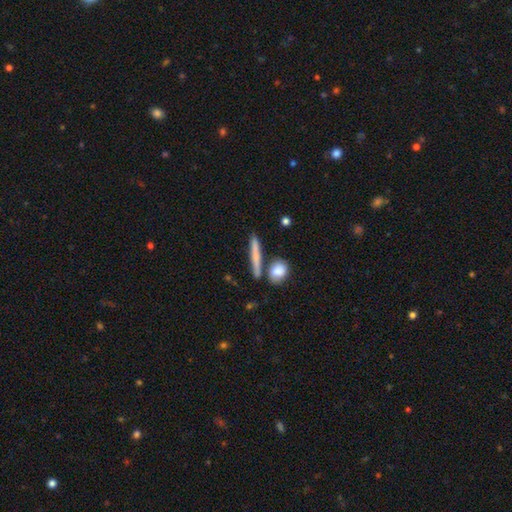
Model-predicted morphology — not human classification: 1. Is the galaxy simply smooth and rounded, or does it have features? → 69% smooth, 24% featured or disk, 7% star or artifact.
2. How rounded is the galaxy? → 86% cigar-shaped, 9% in between, 6% round.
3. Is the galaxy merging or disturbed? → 75% none, 11% merger, 11% minor disturbance, 3% major disturbance.